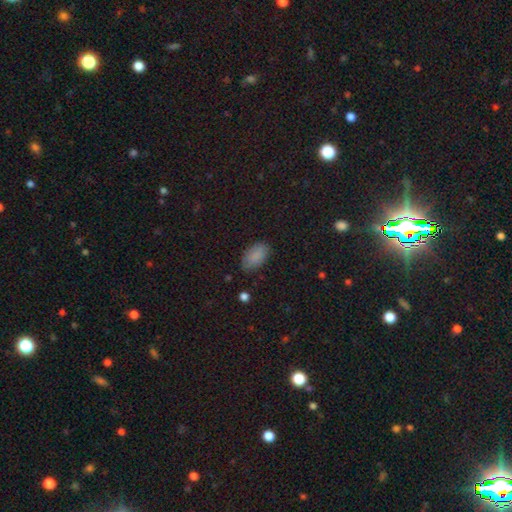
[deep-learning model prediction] Smooth or featured? smooth (87%)
How rounded? in between (94%)
Merging? none (82%)